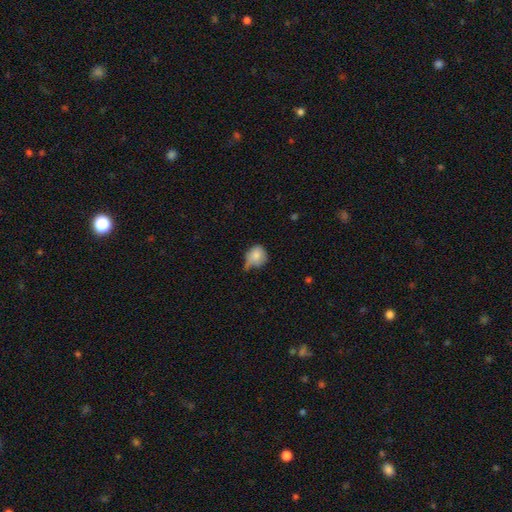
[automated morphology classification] smooth 82%, featured or disk 10%, star or artifact 9%. Down the decision tree: how rounded — round (77%); merging — minor disturbance (41%).